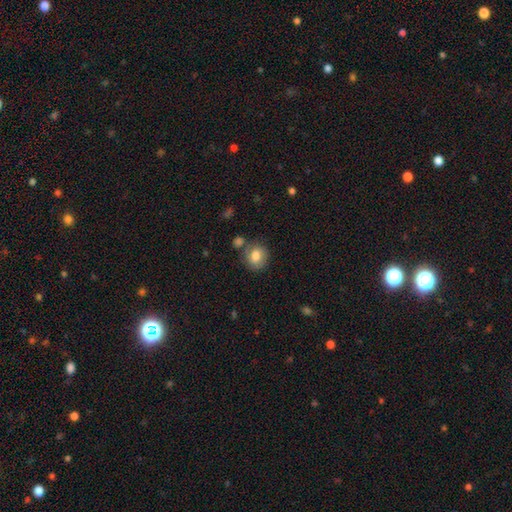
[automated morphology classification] Smooth or featured? Predicted: smooth (p=0.77). How rounded? Predicted: round (p=0.73). Merging? Predicted: none (p=0.67).